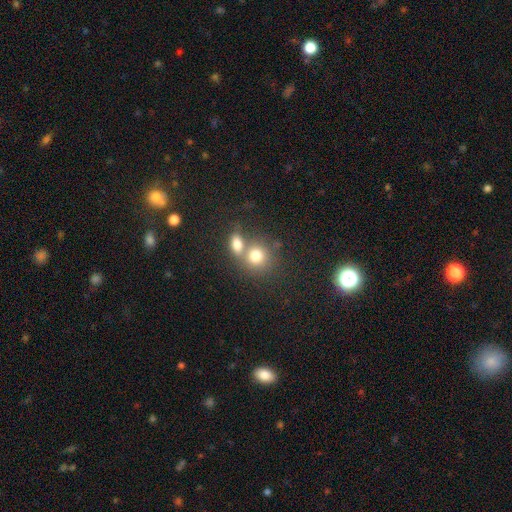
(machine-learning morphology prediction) A smooth galaxy with no disk features (77%) that is round (75%).

Vote fractions:
- Smooth or featured? smooth: 77% / featured or disk: 13% / star or artifact: 11%
- How rounded? round: 75% / in between: 24% / cigar-shaped: 1%
- Merging? merger: 52% / none: 37% / minor disturbance: 8% / major disturbance: 4%